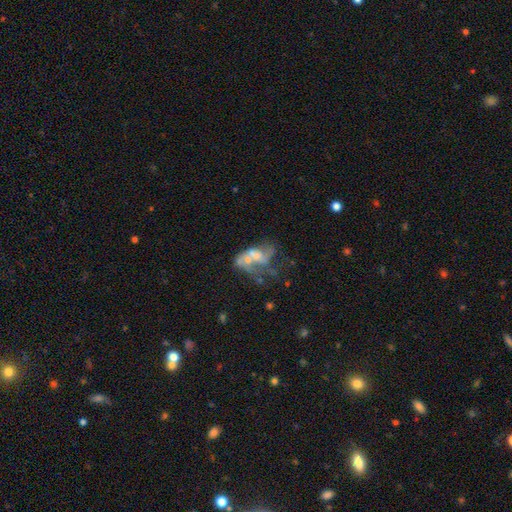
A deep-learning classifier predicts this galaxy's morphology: Smooth or featured? featured or disk (64%)
Edge-on disk? no (97%)
Bar? no (72%)
Spiral arms? no (58%)
Bulge size? none (36%)
Merging? major disturbance (34%)